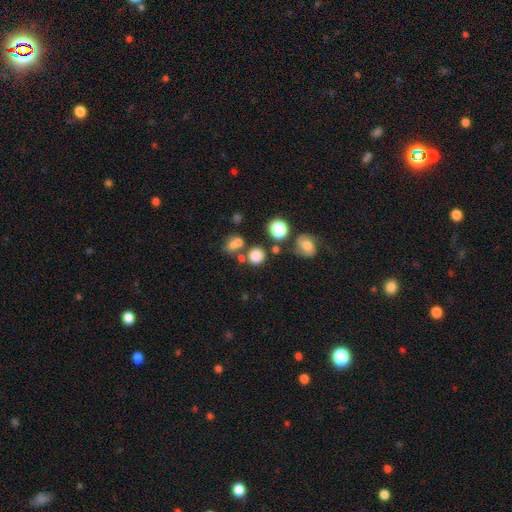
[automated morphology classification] smooth_or_featured: smooth (p=0.77) [alt: star or artifact p=0.15]
how_rounded: round (p=0.86) [alt: in between p=0.13]
merging: none (p=0.68) [alt: merger p=0.17]